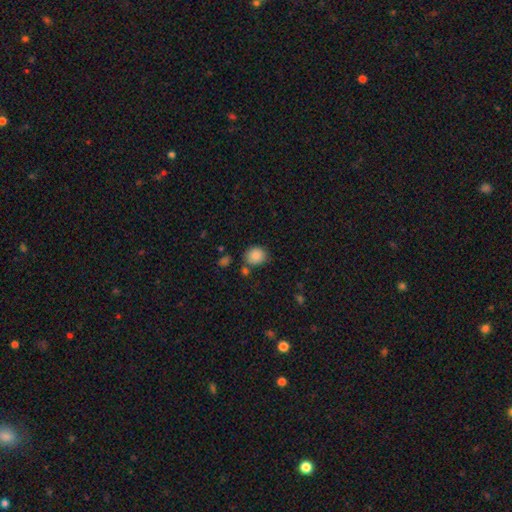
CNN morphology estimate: A smooth galaxy with no disk features (86%) that is round (74%). Merging: none (74%).